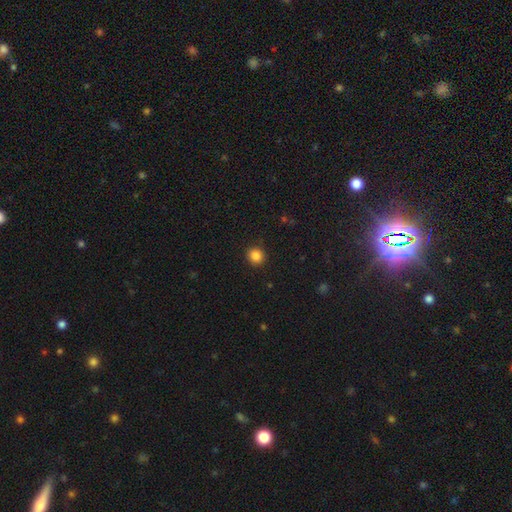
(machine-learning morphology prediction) Smooth or featured? Predicted: smooth (p=0.85). How rounded? Predicted: round (p=0.92). Merging? Predicted: none (p=0.92).